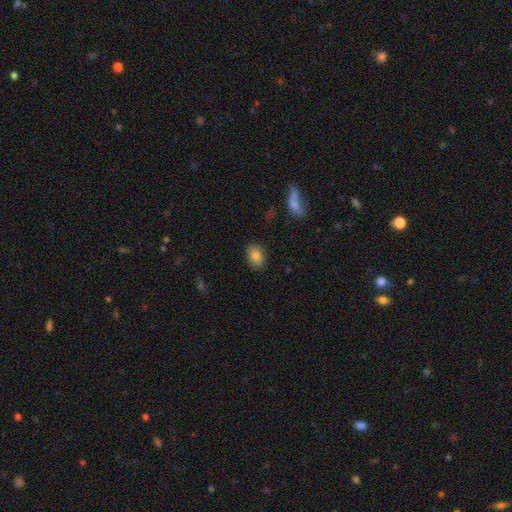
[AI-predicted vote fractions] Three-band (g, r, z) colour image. It shows a smooth galaxy with no disk features (84%) that is in between round and cigar-shaped (80%). Merging: none (86%).